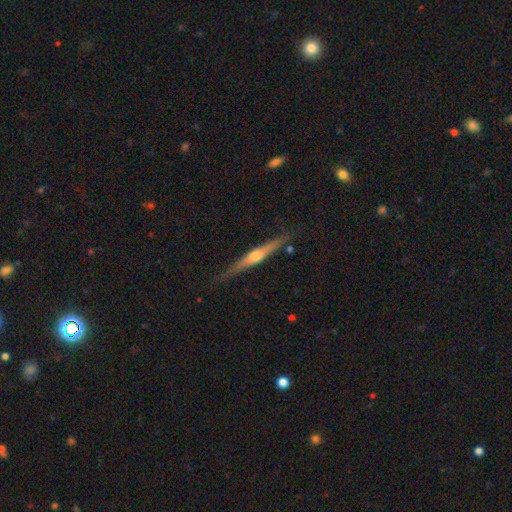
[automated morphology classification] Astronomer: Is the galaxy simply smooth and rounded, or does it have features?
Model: featured or disk — 71%.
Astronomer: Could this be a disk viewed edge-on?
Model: yes — 97%.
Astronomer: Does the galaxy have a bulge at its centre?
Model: rounded — 84%.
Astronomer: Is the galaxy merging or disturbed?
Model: none — 82%.